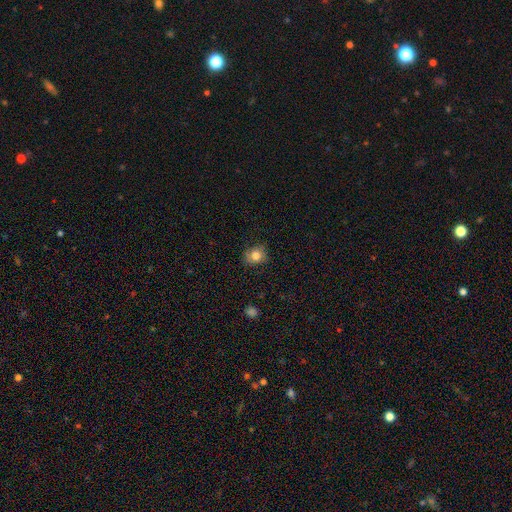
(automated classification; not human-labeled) Smooth or featured?
  - smooth: 80% *
  - star or artifact: 10%
  - featured or disk: 9%
How rounded?
  - round: 63% *
  - in between: 36%
  - cigar-shaped: 1%
Merging?
  - none: 77% *
  - minor disturbance: 18%
  - major disturbance: 4%
  - merger: 1%